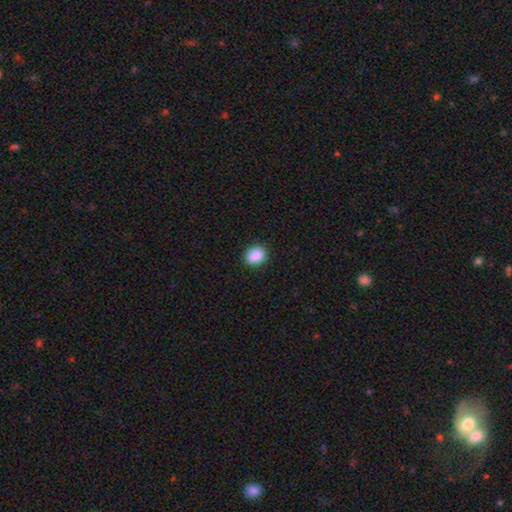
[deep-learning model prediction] smooth_or_featured: smooth (p=0.89) [alt: star or artifact p=0.08]
how_rounded: round (p=0.57) [alt: in between p=0.42]
merging: none (p=0.90) [alt: minor disturbance p=0.07]